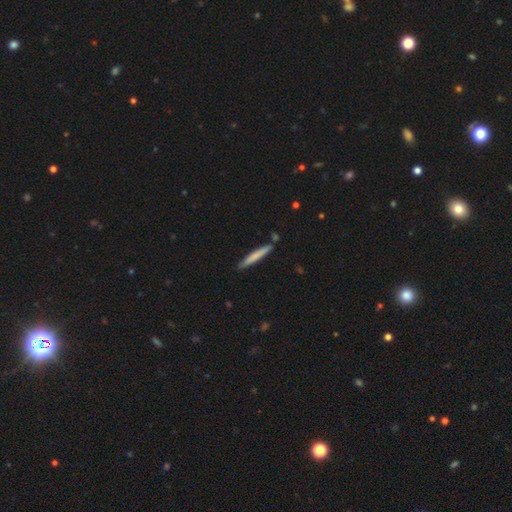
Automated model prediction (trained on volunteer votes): smooth_or_featured: smooth (p=0.72) [alt: featured or disk p=0.23]
how_rounded: cigar-shaped (p=0.95) [alt: in between p=0.04]
merging: none (p=0.84) [alt: minor disturbance p=0.10]